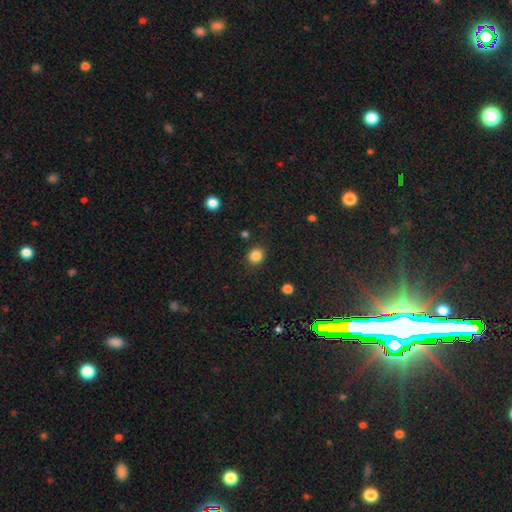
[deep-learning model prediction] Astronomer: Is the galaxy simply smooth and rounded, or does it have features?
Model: smooth — 85%.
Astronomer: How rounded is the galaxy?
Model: round — 81%.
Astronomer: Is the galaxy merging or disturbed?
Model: none — 87%.